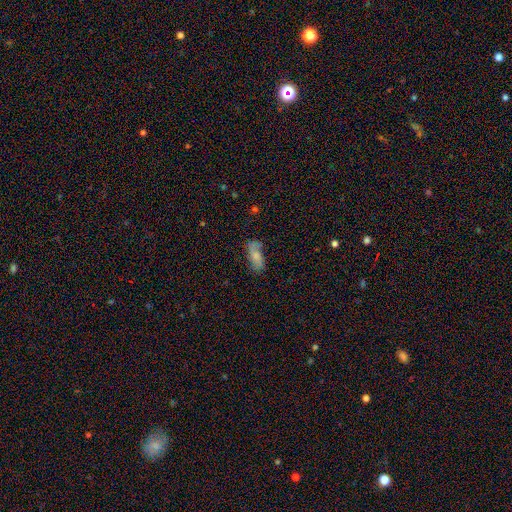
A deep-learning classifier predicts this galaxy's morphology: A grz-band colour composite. It shows a smooth galaxy with no disk features (61%) that is in between round and cigar-shaped (82%). Merging: none (56%).